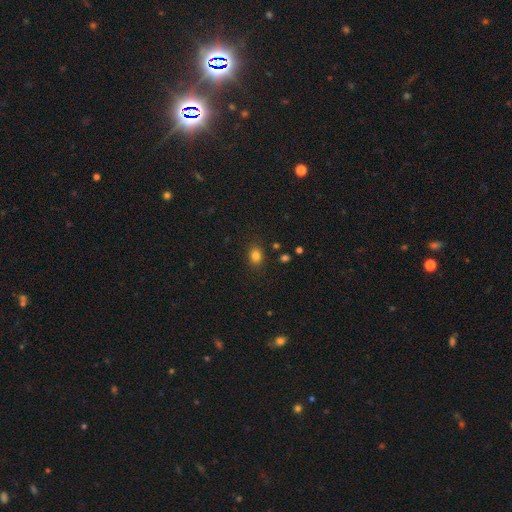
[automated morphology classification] smooth 81%, star or artifact 13%, featured or disk 6%. Down the decision tree: how rounded — in between (57%); merging — none (86%).